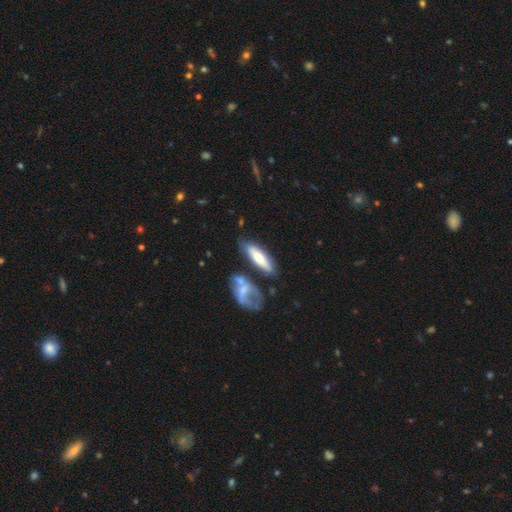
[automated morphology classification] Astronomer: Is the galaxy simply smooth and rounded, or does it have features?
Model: smooth — 55% (runner-up: featured or disk, 39%).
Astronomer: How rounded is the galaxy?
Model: cigar-shaped — 52% (runner-up: in between, 45%).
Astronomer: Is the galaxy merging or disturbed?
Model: none — 62%.